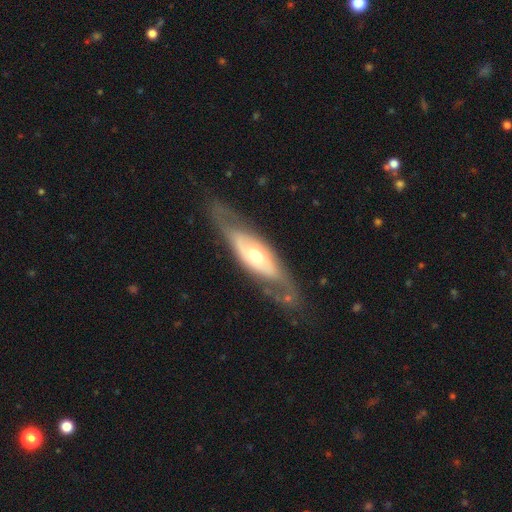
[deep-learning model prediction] The model was most divided on "spiral arms": yes: 52%, no: 48%. More confident: edge-on disk — no (74%); bar — no (72%); smooth or featured — featured or disk (70%); merging — none (68%); bulge size — moderate (65%).